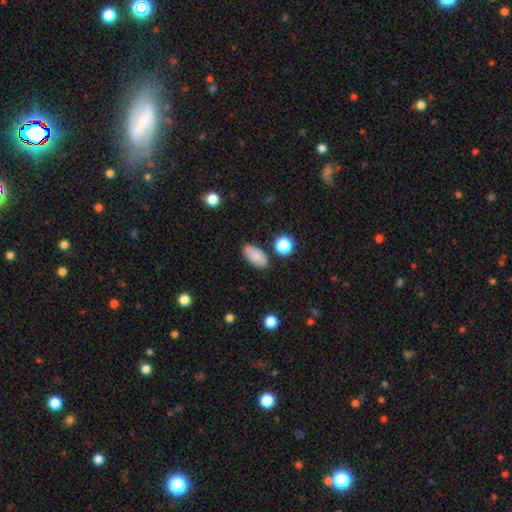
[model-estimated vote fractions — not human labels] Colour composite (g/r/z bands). It shows a smooth galaxy with no disk features (84%) that is in between round and cigar-shaped (89%). Merging: none (80%).